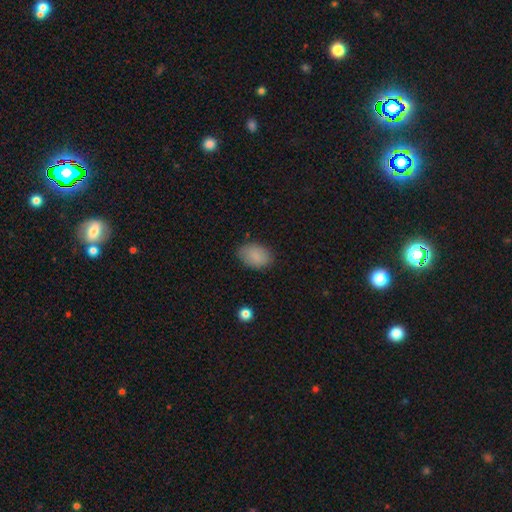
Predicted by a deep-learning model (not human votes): Smooth or featured? smooth (87%)
How rounded? in between (83%)
Merging? none (80%)